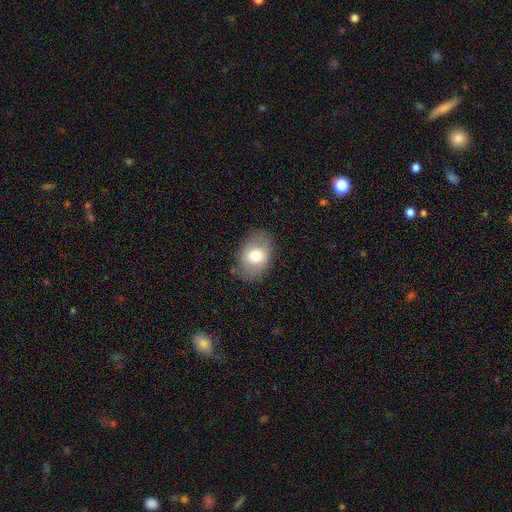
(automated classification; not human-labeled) This appears to be a smooth galaxy with no disk features (73%) that is in between round and cigar-shaped (78%). Merging: none (81%).